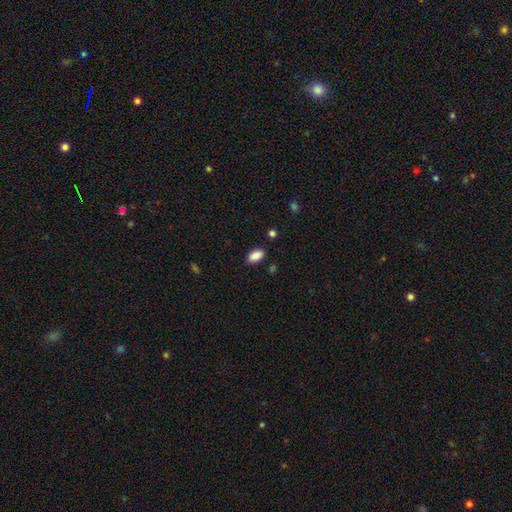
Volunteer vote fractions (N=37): smooth-or-featured: smooth: 92% | star or artifact: 5% | featured or disk: 3%
  how-rounded: in between: 94% | round: 3% | cigar-shaped: 3%
  merging: none: 91% | minor disturbance: 9% | major disturbance: 0% | merger: 0%